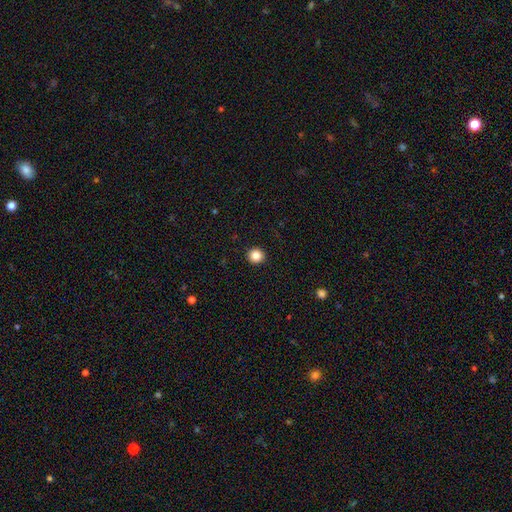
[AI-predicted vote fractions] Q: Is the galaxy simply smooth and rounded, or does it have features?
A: smooth — 86%.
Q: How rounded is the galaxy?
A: round — 95%.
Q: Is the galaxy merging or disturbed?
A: none — 93%.